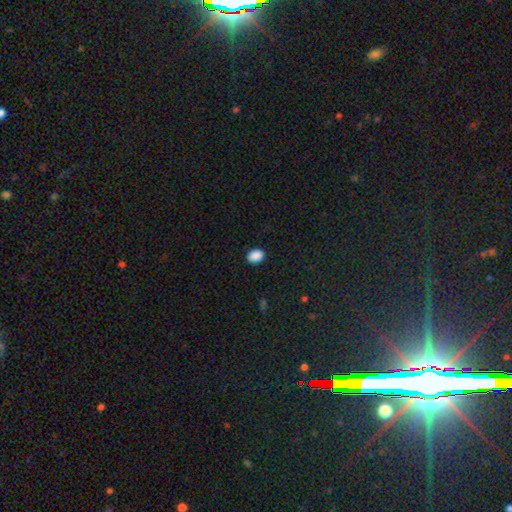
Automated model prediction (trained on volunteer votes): A smooth galaxy with no disk features (89%) that is in between round and cigar-shaped (66%).

Vote fractions:
- Smooth or featured? smooth: 89% / star or artifact: 8% / featured or disk: 2%
- How rounded? in between: 66% / round: 33% / cigar-shaped: 1%
- Merging? none: 90% / minor disturbance: 8% / major disturbance: 2% / merger: 1%